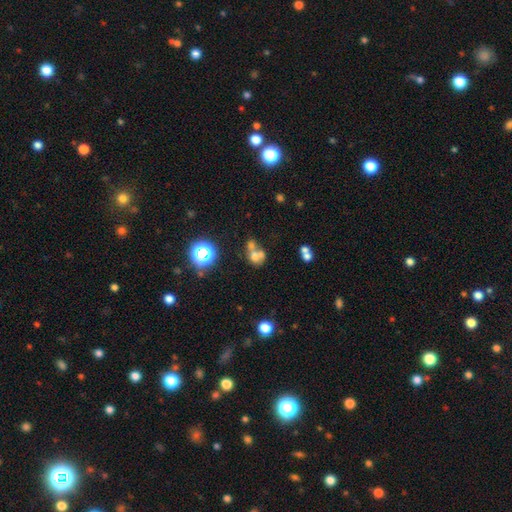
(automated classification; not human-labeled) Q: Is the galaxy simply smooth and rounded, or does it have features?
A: smooth — 55%.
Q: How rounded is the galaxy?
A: round — 62%.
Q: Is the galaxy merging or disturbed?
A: merger — 57%.